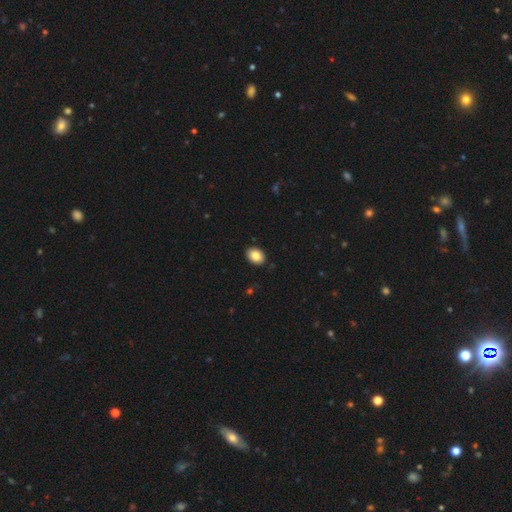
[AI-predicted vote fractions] Q: Smooth or featured?
A: smooth (87%); runner-up: star or artifact (8%)
Q: How rounded?
A: in between (67%); runner-up: round (32%)
Q: Merging?
A: none (90%); runner-up: minor disturbance (7%)